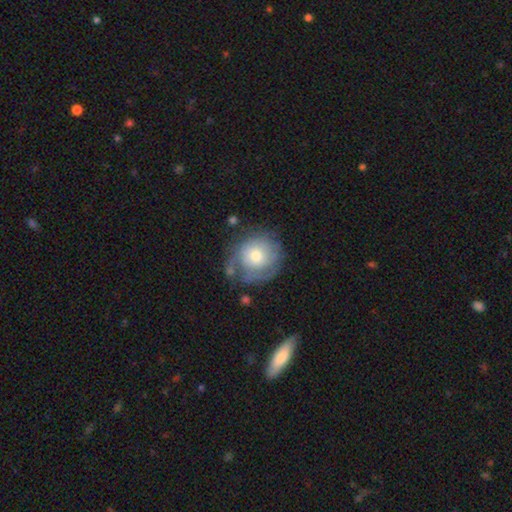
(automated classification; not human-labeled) Smooth or featured? featured or disk (46%, tied with smooth)
Merging? none (59%)